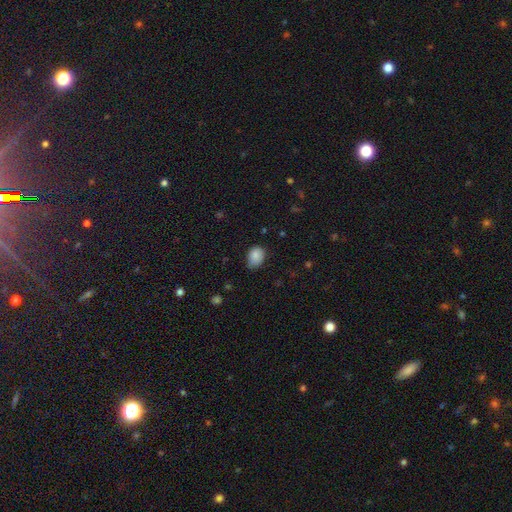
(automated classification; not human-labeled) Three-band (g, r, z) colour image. It shows a smooth galaxy with no disk features (85%) that is in between round and cigar-shaped (66%). Merging: none (58%).